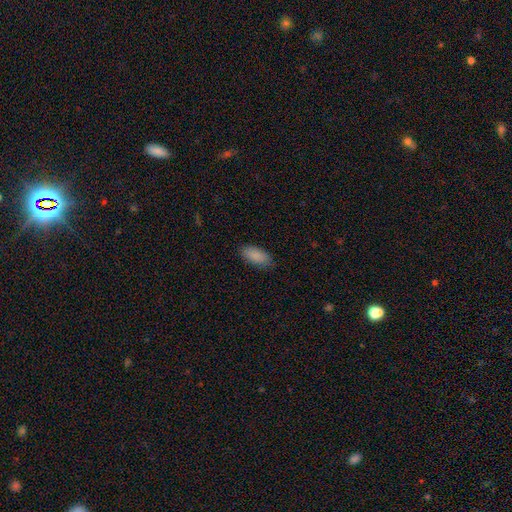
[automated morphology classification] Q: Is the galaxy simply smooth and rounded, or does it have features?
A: smooth — 89%.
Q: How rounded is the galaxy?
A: in between — 90%.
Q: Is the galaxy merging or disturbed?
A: none — 83%.